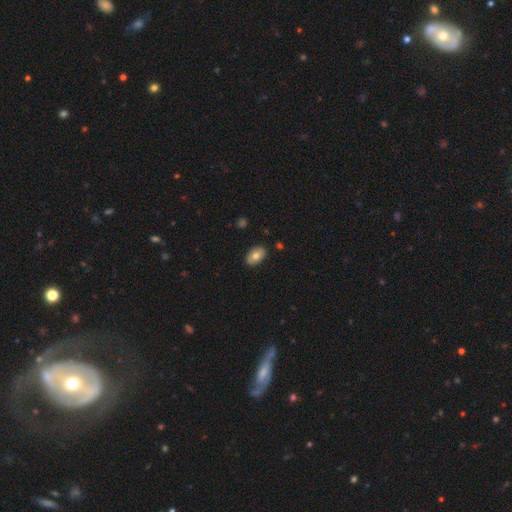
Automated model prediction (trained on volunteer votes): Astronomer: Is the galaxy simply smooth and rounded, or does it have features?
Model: smooth — 74%.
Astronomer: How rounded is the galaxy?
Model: in between — 91%.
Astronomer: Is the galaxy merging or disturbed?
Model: none — 87%.